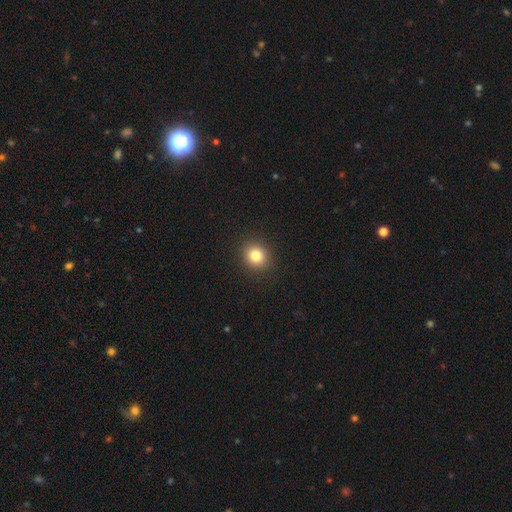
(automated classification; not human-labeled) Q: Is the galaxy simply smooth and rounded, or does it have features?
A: smooth — 82%.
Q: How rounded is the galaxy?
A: round — 84%.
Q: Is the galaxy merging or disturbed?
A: none — 91%.